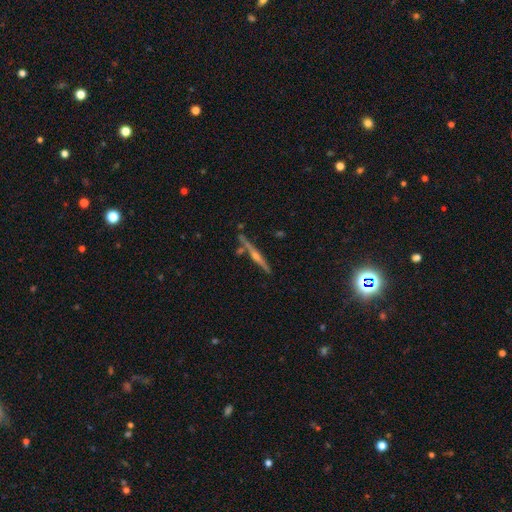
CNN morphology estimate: smooth_or_featured: featured or disk (p=0.79) [alt: smooth p=0.14]
disk_edge_on: yes (p=0.98) [alt: no p=0.02]
edge_on_bulge: rounded (p=0.84) [alt: none p=0.10]
merging: none (p=0.82) [alt: minor disturbance p=0.10]